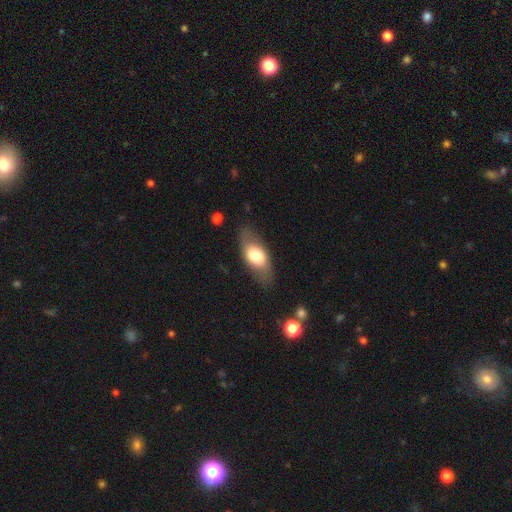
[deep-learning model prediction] Overall: smooth (65%; featured or disk 29%). How rounded: in between (84%). Merging: none (79%).